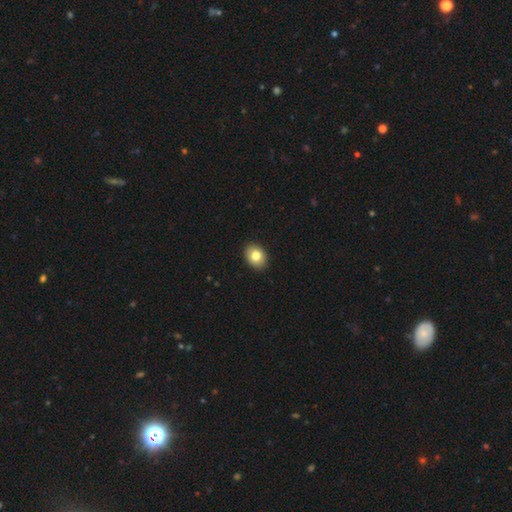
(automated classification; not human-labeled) smooth-or-featured: smooth: 80% | featured or disk: 11% | star or artifact: 8%
  how-rounded: in between: 62% | round: 37% | cigar-shaped: 1%
  merging: none: 91% | minor disturbance: 7% | major disturbance: 2% | merger: 1%